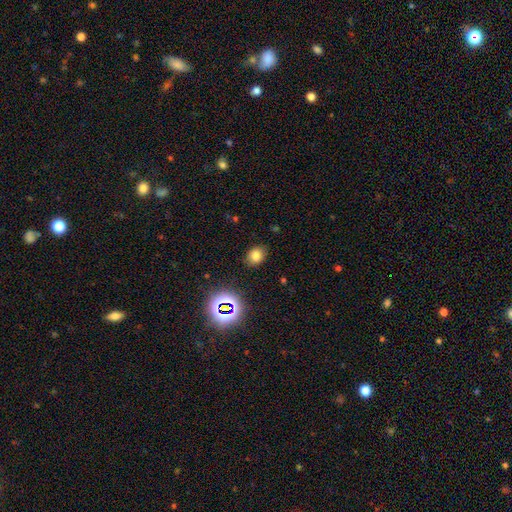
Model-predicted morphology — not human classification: This appears to be a smooth galaxy with no disk features (74%) that is round (54%). Merging: none (85%).